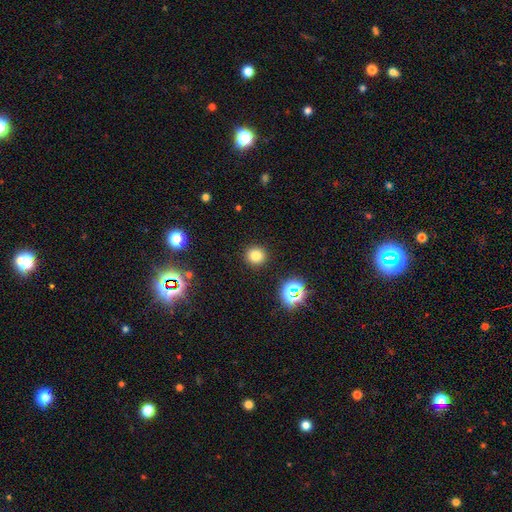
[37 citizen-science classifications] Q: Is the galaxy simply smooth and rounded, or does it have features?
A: smooth — 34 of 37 (92%).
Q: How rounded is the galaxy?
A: round — 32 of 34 (94%).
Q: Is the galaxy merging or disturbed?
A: none — 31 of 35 (89%).